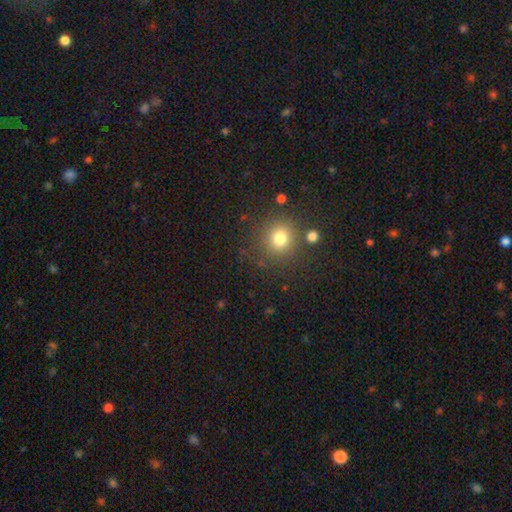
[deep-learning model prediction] A smooth galaxy with no disk features (61%) that is round (93%). Merging: none (86%).